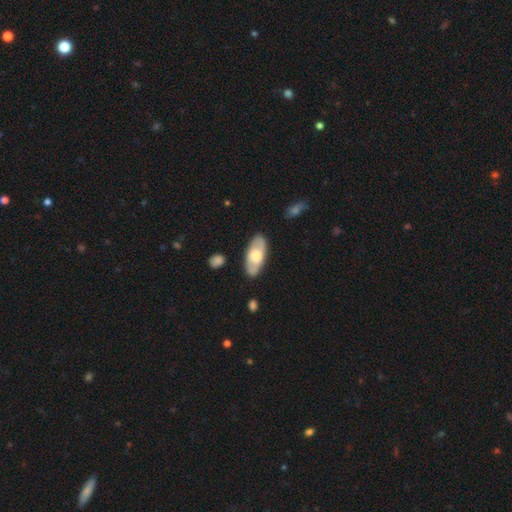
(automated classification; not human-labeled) smooth 53%, featured or disk 42%, star or artifact 5%. Down the decision tree: how rounded — in between (87%); merging — none (85%).